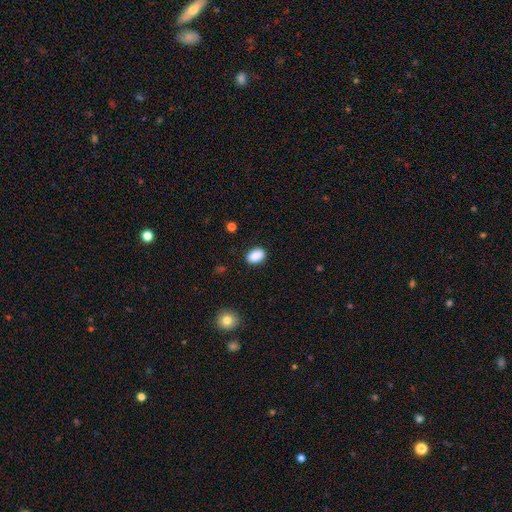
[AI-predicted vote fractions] This is clearly a smooth galaxy (89%). How rounded: clearly in between (85%). Merging: clearly none (86%).